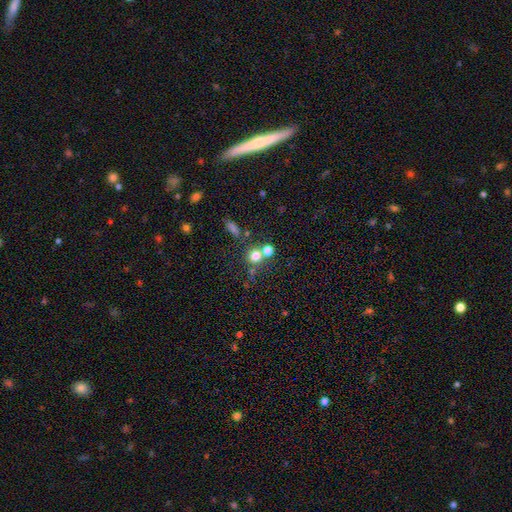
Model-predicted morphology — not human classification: Overall: smooth (72%). How rounded: round (85%). Merging: none (52%; merger 35%).